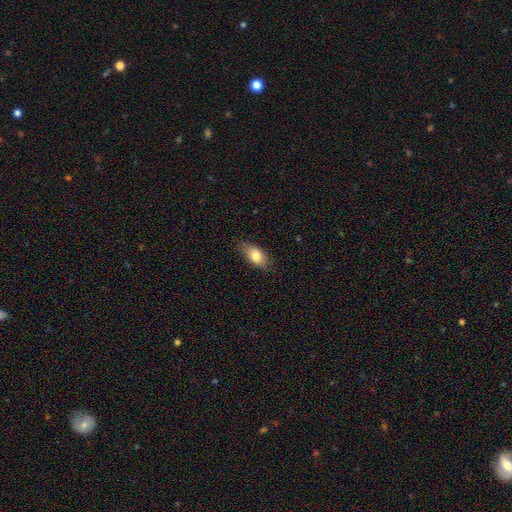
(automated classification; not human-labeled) This is likely a smooth galaxy (79%). How rounded: clearly in between (87%). Merging: likely none (80%).